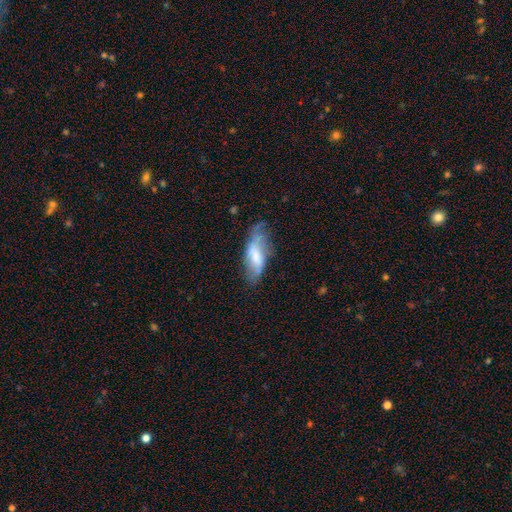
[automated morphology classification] The model was most divided on "merging": none: 41%, minor disturbance: 33%, major disturbance: 22%, merger: 4%. More confident: how rounded — in between (76%); smooth or featured — smooth (56%).